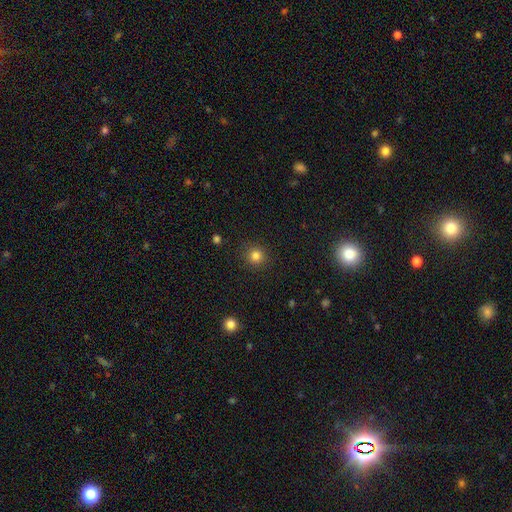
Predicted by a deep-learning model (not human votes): A smooth galaxy with no disk features (82%) that is round (93%).

Vote fractions:
- Smooth or featured? smooth: 82% / star or artifact: 13% / featured or disk: 5%
- How rounded? round: 93% / in between: 7% / cigar-shaped: 1%
- Merging? none: 89% / minor disturbance: 7% / major disturbance: 3% / merger: 1%